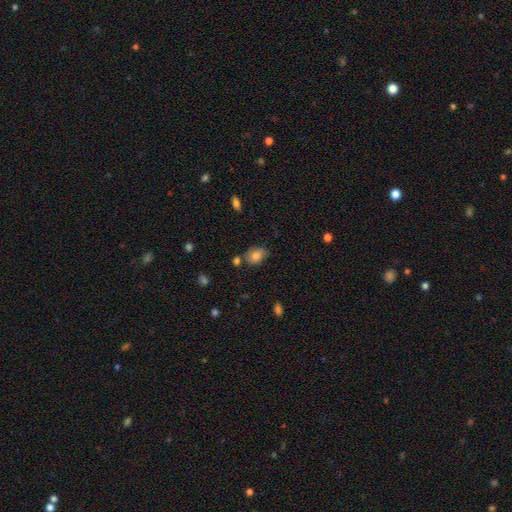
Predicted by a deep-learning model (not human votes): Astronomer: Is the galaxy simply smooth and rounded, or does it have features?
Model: smooth — 82%.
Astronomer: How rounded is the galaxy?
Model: in between — 68%.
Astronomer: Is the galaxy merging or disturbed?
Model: none — 70%.